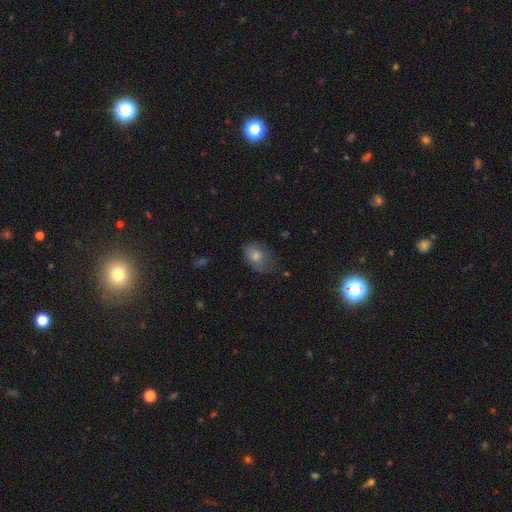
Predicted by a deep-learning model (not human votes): This appears to be a smooth galaxy with no disk features (66%) that is in between round and cigar-shaped (72%). Merging: none (56%).